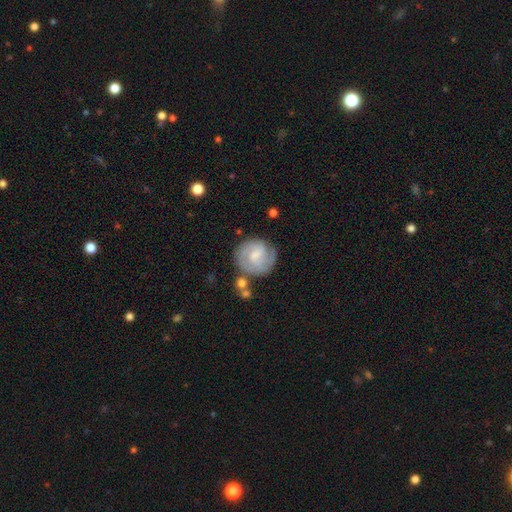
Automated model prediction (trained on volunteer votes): featured or disk 62%, smooth 32%, star or artifact 6%. Down the decision tree: edge-on disk — no (98%); bar — weak (54%); spiral arms — yes (87%); spiral arm count — 2 (50%); spiral winding — tight (51%); bulge size — small (39%); merging — none (67%).